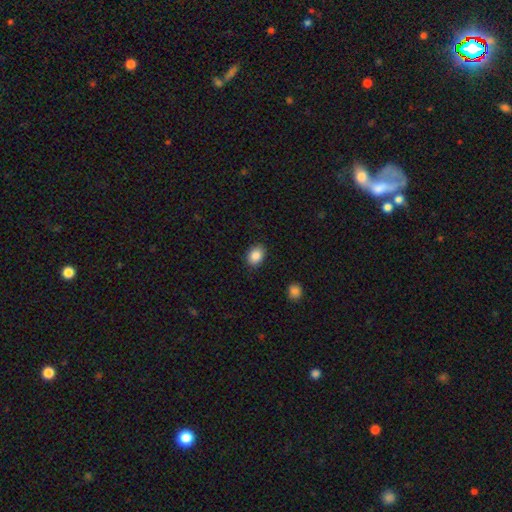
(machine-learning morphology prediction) smooth 87%, star or artifact 8%, featured or disk 5%. Down the decision tree: how rounded — in between (70%); merging — none (88%).